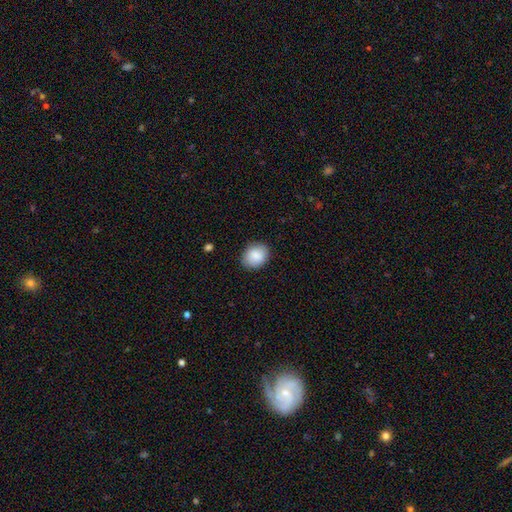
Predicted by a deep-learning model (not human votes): Smooth or featured? smooth (87%)
How rounded? round (52%)
Merging? none (86%)